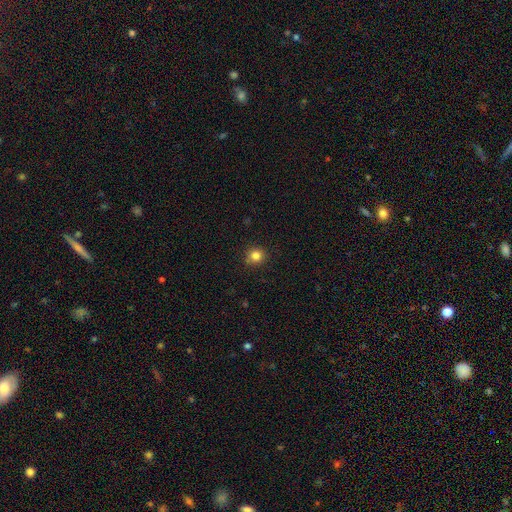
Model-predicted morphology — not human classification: smooth 82%, star or artifact 13%, featured or disk 5%. Down the decision tree: how rounded — round (91%); merging — none (89%).